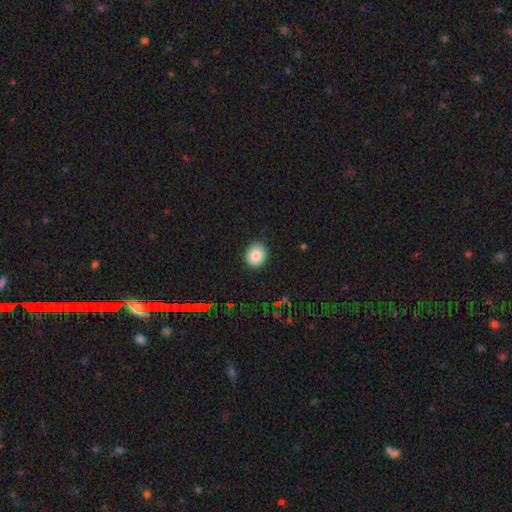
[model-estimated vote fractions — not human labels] Smooth or featured? Predicted: smooth (p=0.84). How rounded? Predicted: round (p=0.62). Merging? Predicted: none (p=0.89).